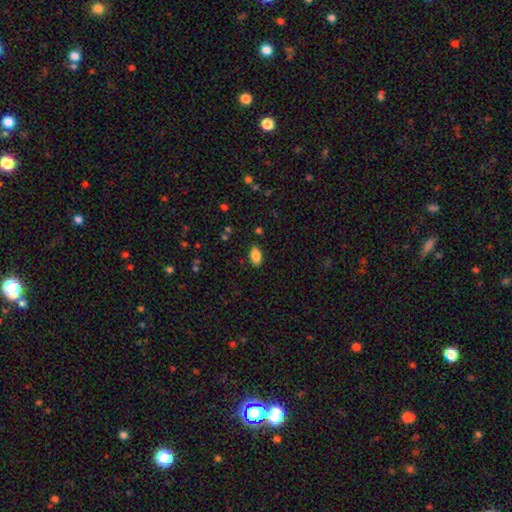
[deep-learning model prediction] A smooth galaxy with no disk features (86%) that is in between round and cigar-shaped (92%).

Vote fractions:
- Smooth or featured? smooth: 86% / star or artifact: 8% / featured or disk: 6%
- How rounded? in between: 92% / round: 4% / cigar-shaped: 4%
- Merging? none: 86% / minor disturbance: 10% / major disturbance: 2% / merger: 1%